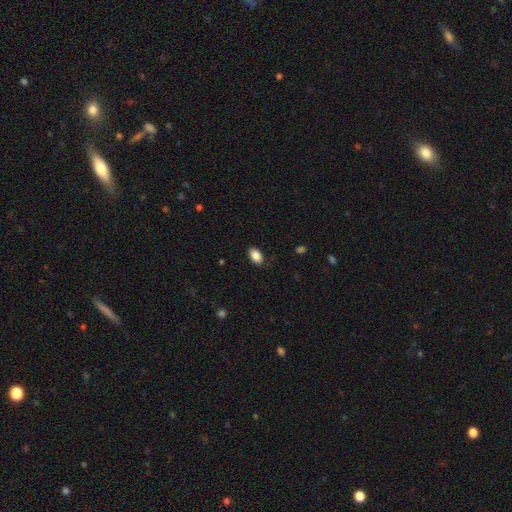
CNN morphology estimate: Smooth or featured: smooth — 87% (star or artifact — 8%)
How rounded: in between — 90% (round — 9%)
Merging: none — 85% (minor disturbance — 12%)